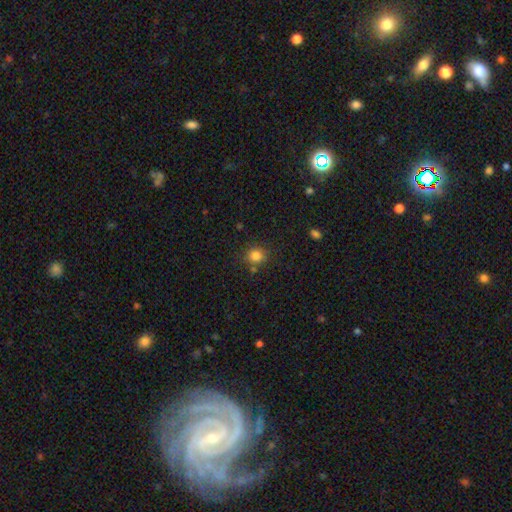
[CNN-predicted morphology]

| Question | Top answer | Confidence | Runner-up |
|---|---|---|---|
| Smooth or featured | smooth | 83% | star or artifact (12%) |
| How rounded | round | 82% | in between (17%) |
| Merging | none | 79% | minor disturbance (11%) |